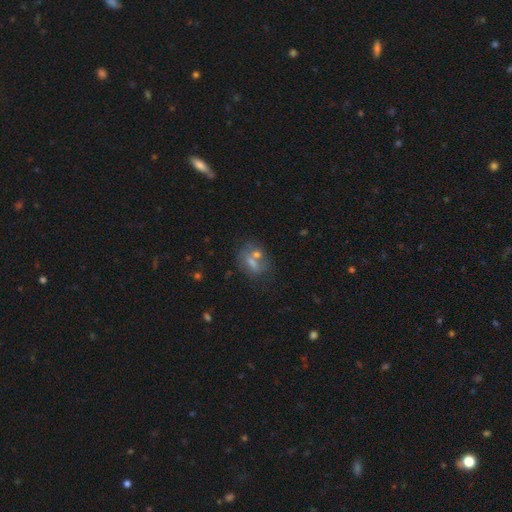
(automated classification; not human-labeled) Morphology: type=smooth (46%); merging=none (48%).